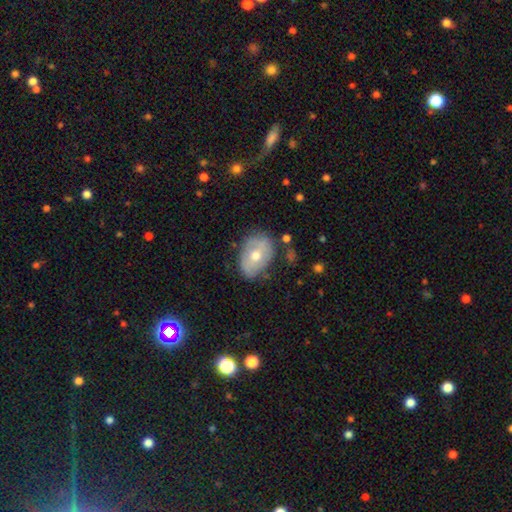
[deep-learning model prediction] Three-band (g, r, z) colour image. It shows a featured or disk galaxy (47%). Merging: none (70%).